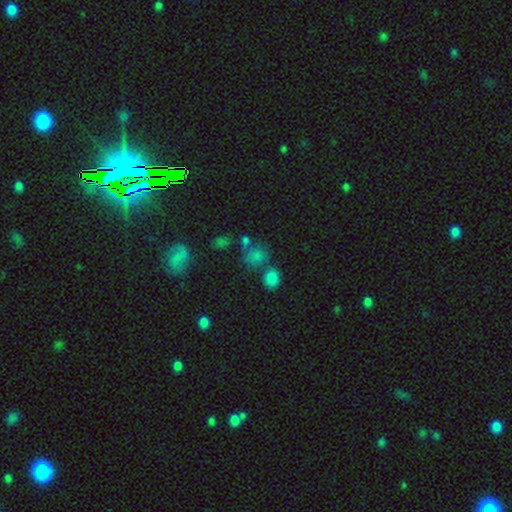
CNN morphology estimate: This is likely a smooth galaxy (72%). How rounded: likely round (66%). Merging: possibly none (49%).